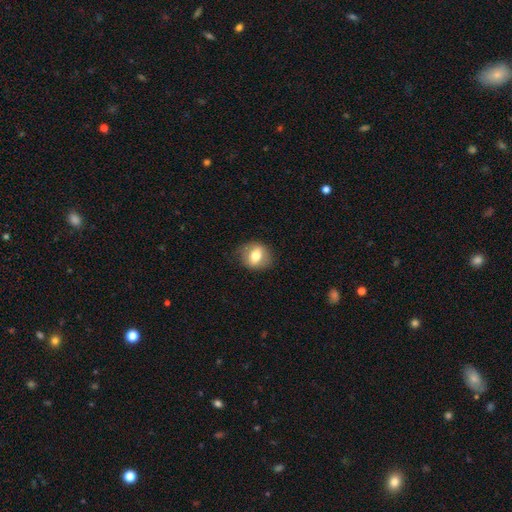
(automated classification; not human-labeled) Smooth or featured? Predicted: smooth (p=0.63). How rounded? Predicted: round (p=0.54). Merging? Predicted: none (p=0.82).